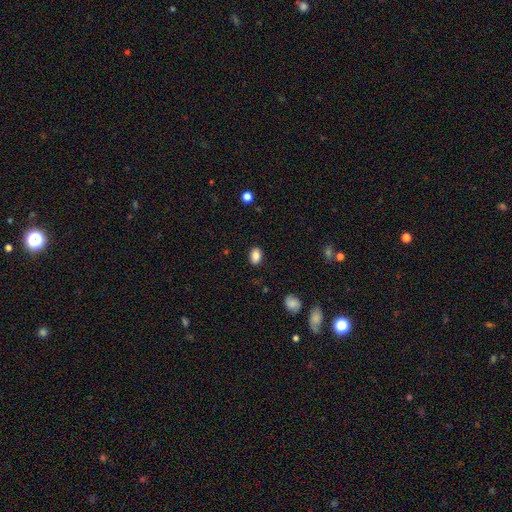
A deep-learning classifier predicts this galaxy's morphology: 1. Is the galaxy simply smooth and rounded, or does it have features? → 86% smooth, 9% star or artifact, 6% featured or disk.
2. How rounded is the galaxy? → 82% in between, 17% round, 1% cigar-shaped.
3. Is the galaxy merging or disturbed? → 87% none, 10% minor disturbance, 2% major disturbance, 1% merger.